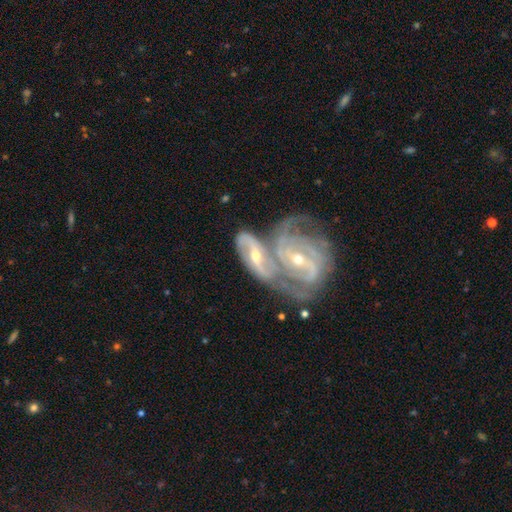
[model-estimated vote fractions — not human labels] A featured or disk galaxy (89%) with a strong bar (40%), 2 (68%) medium (50%) spiral arms (96%) and a small central bulge (51%).

Vote fractions:
- Smooth or featured? featured or disk: 89% / smooth: 7% / star or artifact: 5%
- Edge-on disk? no: 96% / yes: 4%
- Bar? strong: 40% / weak: 37% / no: 23%
- Spiral arms? yes: 96% / no: 4%
- Spiral winding? medium: 50% / tight: 33% / loose: 16%
- Spiral arm count? 2: 68% / 3: 12% / can't tell: 10% / 4: 3% / 1: 3% / more than 4: 3%
- Bulge size? small: 51% / moderate: 46% / large: 1% / none: 1% / dominant: 1%
- Merging? merger: 67% / none: 17% / minor disturbance: 9% / major disturbance: 6%